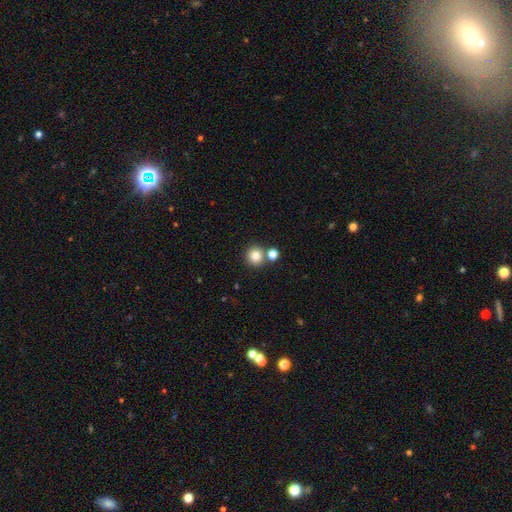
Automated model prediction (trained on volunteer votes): Smooth or featured? smooth (80%)
How rounded? round (93%)
Merging? none (72%)